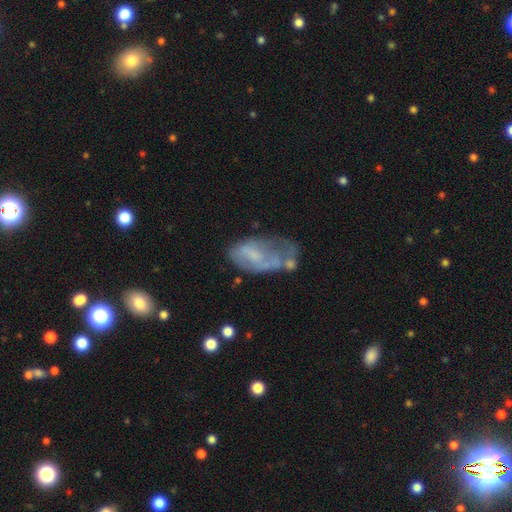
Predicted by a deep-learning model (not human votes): This appears to be a featured or disk galaxy (50%). Merging: major disturbance (31%).